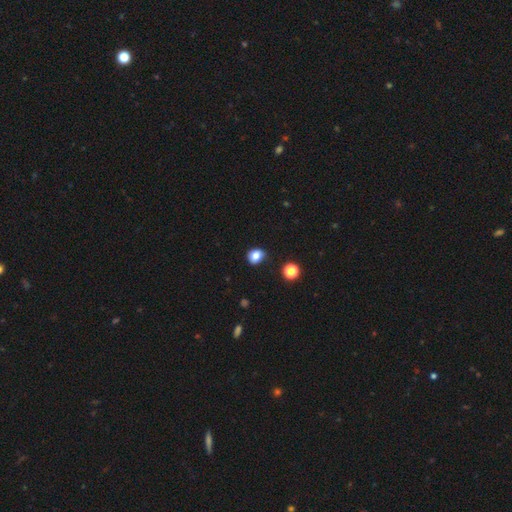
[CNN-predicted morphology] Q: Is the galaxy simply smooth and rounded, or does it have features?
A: smooth — 82%.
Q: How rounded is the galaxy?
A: round — 62%.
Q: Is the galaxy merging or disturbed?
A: none — 76%.